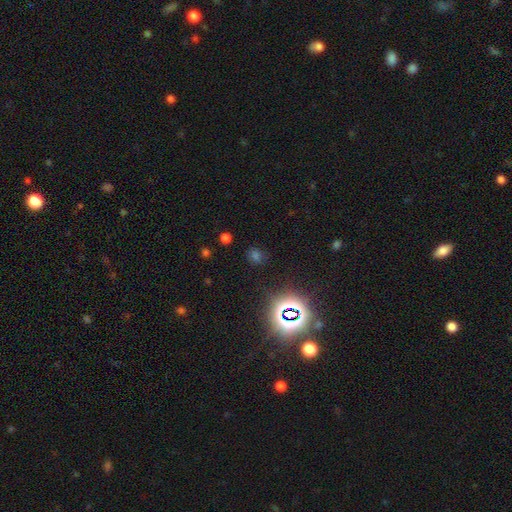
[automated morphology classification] Smooth or featured? Predicted: star or artifact (p=0.56).